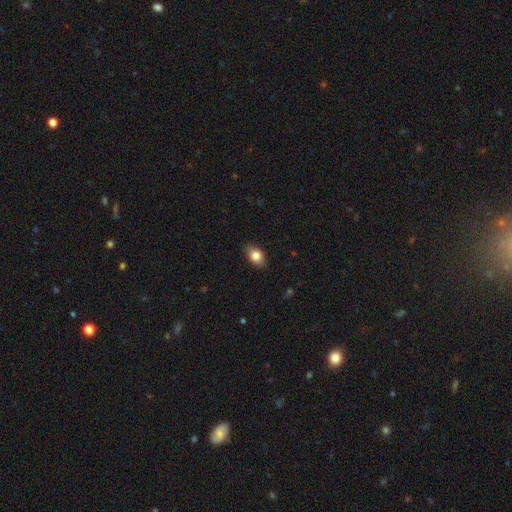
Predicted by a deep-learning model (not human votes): smooth_or_featured: smooth (p=0.83) [alt: featured or disk p=0.09]
how_rounded: in between (p=0.82) [alt: round p=0.16]
merging: none (p=0.84) [alt: minor disturbance p=0.13]